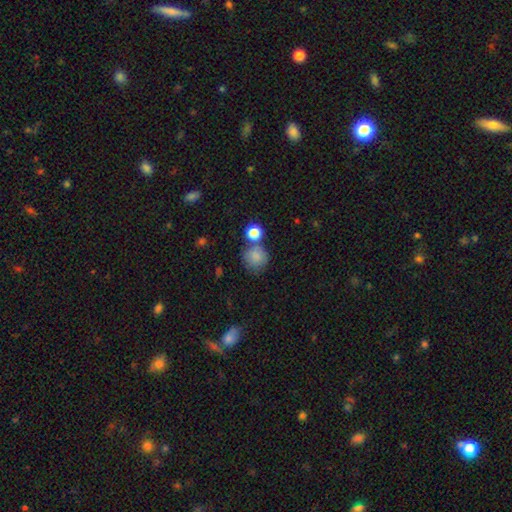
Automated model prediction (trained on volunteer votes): A smooth galaxy with no disk features (82%) that is round (88%). Merging: none (60%).